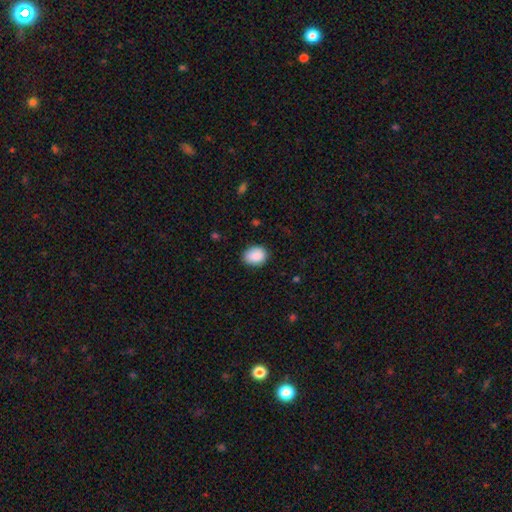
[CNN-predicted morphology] smooth-or-featured: smooth: 89% | star or artifact: 7% | featured or disk: 3%
  how-rounded: in between: 61% | round: 38% | cigar-shaped: 1%
  merging: none: 84% | minor disturbance: 13% | major disturbance: 3% | merger: 1%